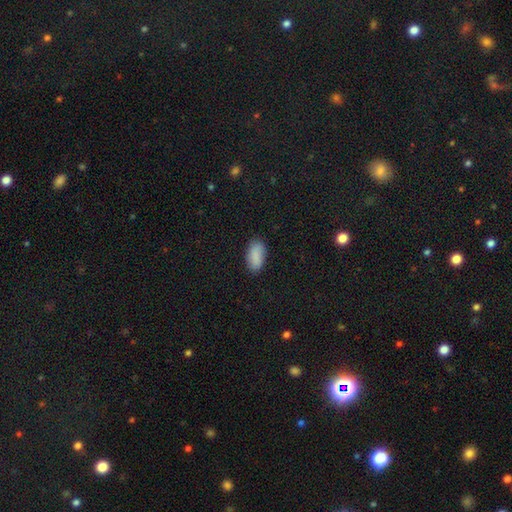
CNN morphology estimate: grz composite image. It shows a smooth galaxy with no disk features (88%) that is in between round and cigar-shaped (93%). Merging: none (82%).